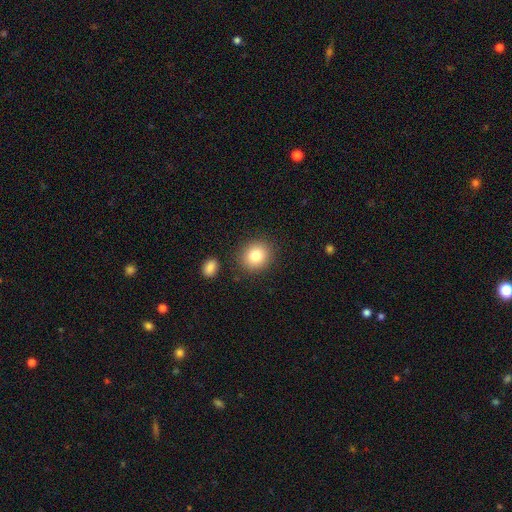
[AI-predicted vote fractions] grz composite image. It shows a smooth galaxy with no disk features (82%) that is round (81%). Merging: none (86%).